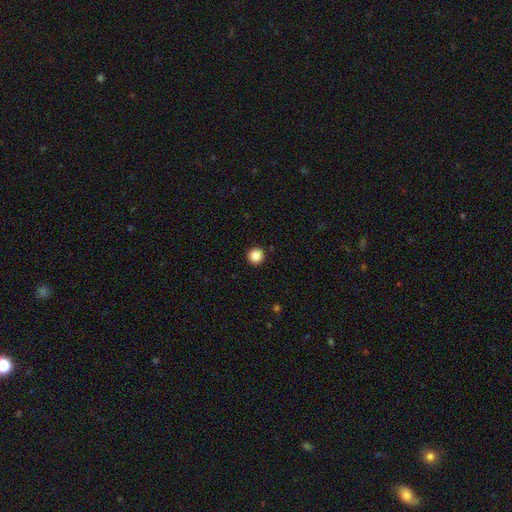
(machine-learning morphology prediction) The model was most divided on "smooth or featured": smooth: 87%, star or artifact: 10%, featured or disk: 3%. More confident: how rounded — round (96%); merging — none (94%).